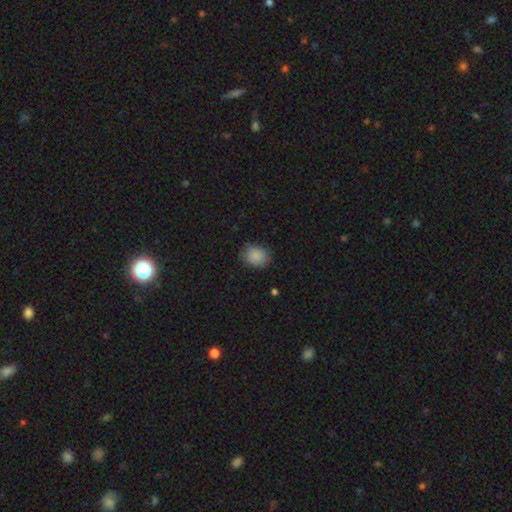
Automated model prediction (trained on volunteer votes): The model was most divided on "how rounded": round: 54%, in between: 45%, cigar-shaped: 1%. More confident: smooth or featured — smooth (88%); merging — none (81%).